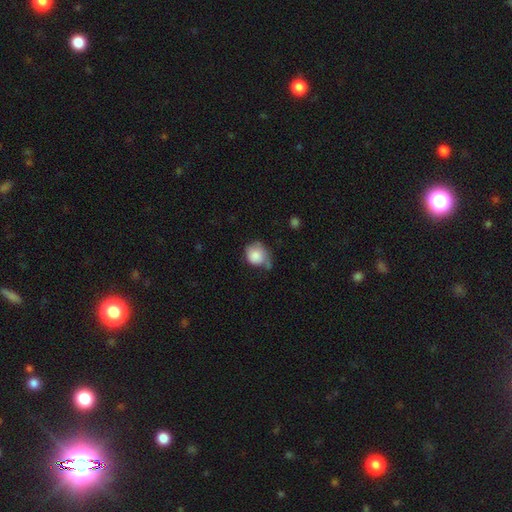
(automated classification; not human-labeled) Overall: smooth (82%). How rounded: round (72%). Merging: minor disturbance (38%; none 37%).